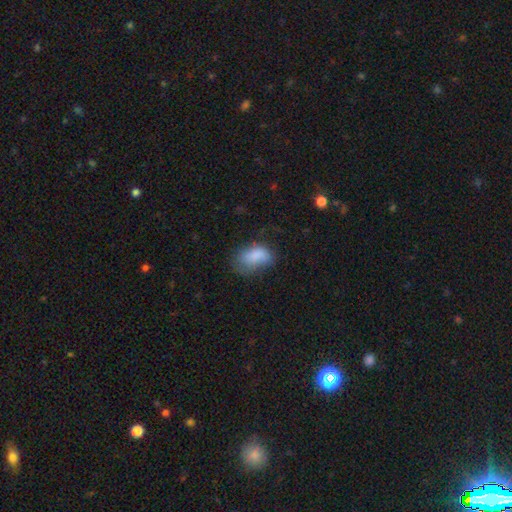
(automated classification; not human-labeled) This is likely a smooth galaxy (77%). How rounded: clearly in between (88%). Merging: marginally none (39%).